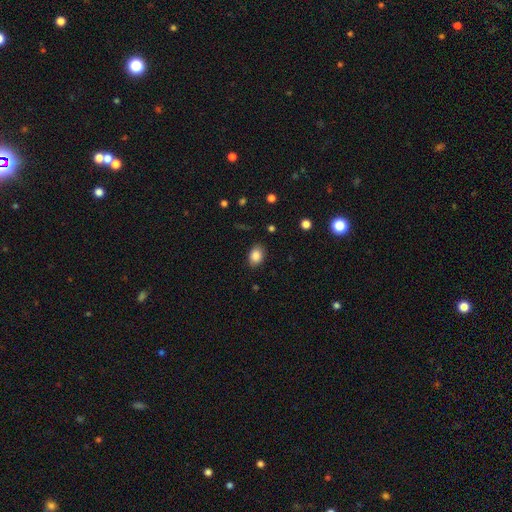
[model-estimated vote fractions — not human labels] Morphology: type=smooth (86%); roundness=in between (73%); merging=none (85%).